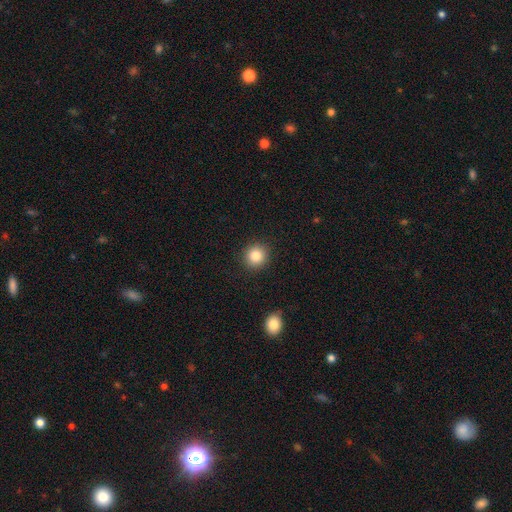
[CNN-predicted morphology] This appears to be a smooth galaxy with no disk features (84%) that is round (91%). Merging: none (91%).